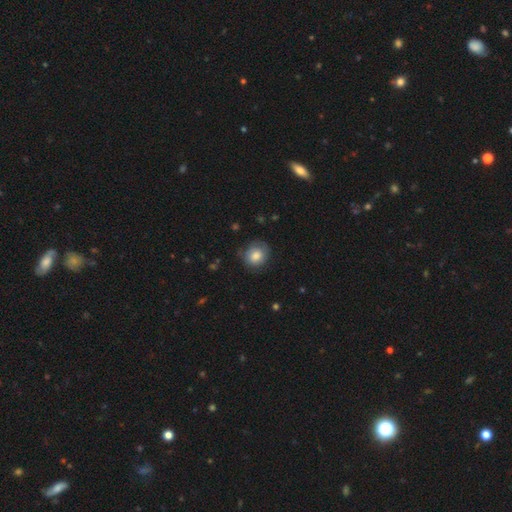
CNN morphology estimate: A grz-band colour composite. It shows a smooth galaxy with no disk features (77%) that is round (79%). Merging: none (71%).